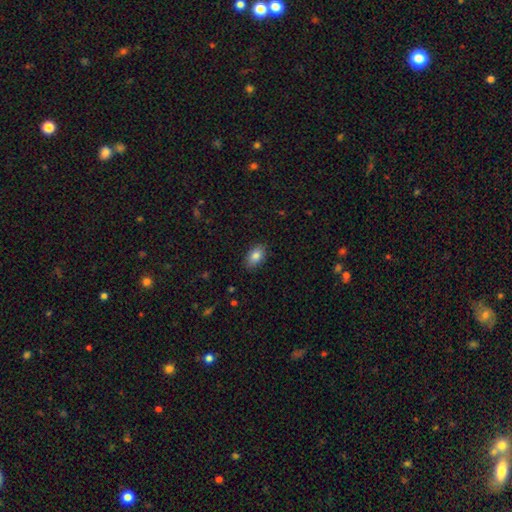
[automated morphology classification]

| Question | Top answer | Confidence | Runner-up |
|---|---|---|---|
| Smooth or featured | smooth | 85% | star or artifact (8%) |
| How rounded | in between | 90% | round (9%) |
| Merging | none | 87% | minor disturbance (10%) |